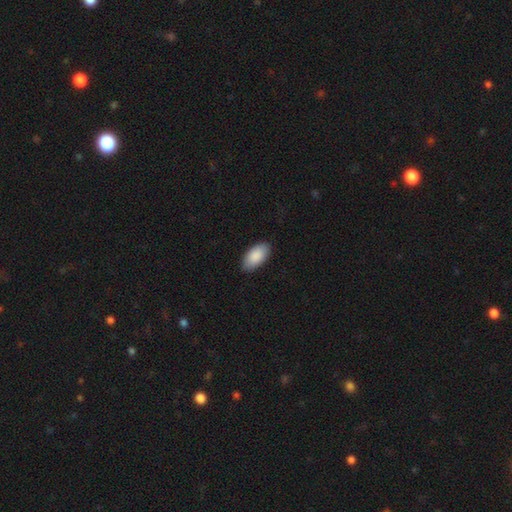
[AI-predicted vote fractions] Smooth or featured: smooth — 89% (star or artifact — 6%)
How rounded: in between — 95% (cigar-shaped — 3%)
Merging: none — 87% (minor disturbance — 10%)